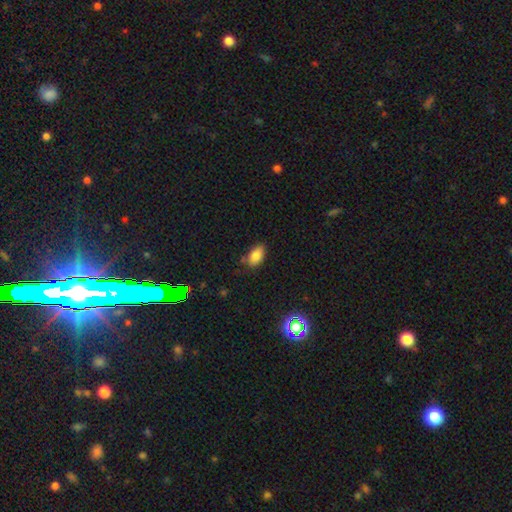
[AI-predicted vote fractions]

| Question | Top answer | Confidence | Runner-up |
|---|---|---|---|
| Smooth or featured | smooth | 84% | star or artifact (10%) |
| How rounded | in between | 91% | round (7%) |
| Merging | none | 73% | minor disturbance (19%) |